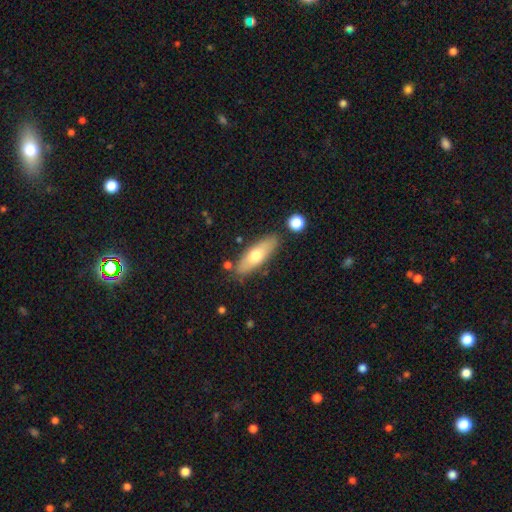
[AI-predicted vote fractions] smooth-or-featured: smooth: 61% | featured or disk: 33% | star or artifact: 6%
  how-rounded: in between: 55% | cigar-shaped: 42% | round: 3%
  merging: none: 81% | minor disturbance: 12% | merger: 4% | major disturbance: 3%